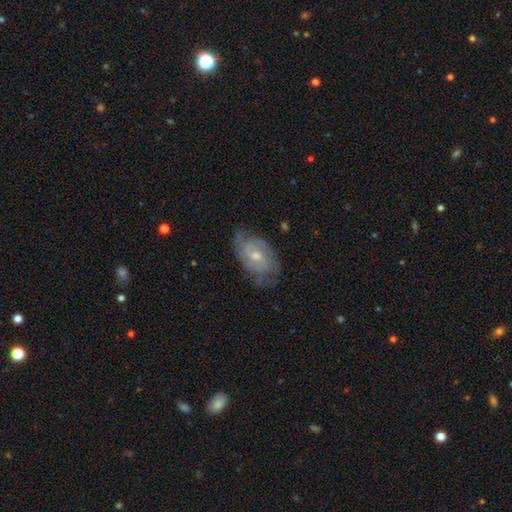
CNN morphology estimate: Smooth or featured?
  - featured or disk: 76% *
  - smooth: 17%
  - star or artifact: 7%
Edge-on disk?
  - no: 95% *
  - yes: 5%
Bar?
  - no: 63% *
  - weak: 32%
  - strong: 5%
Spiral arms?
  - yes: 90% *
  - no: 10%
Spiral winding?
  - tight: 51% *
  - medium: 37%
  - loose: 13%
Spiral arm count?
  - can't tell: 35% *
  - 2: 33%
  - 3: 17%
  - 4: 5%
  - 1: 5%
  - more than 4: 4%
Bulge size?
  - moderate: 56% *
  - small: 39%
  - large: 2%
  - none: 2%
  - dominant: 1%
Merging?
  - none: 66% *
  - minor disturbance: 24%
  - major disturbance: 9%
  - merger: 1%